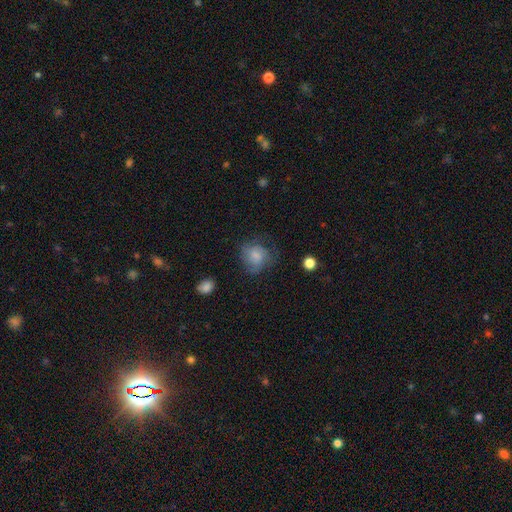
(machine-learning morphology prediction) smooth_or_featured: smooth (p=0.66) [alt: featured or disk p=0.25]
how_rounded: round (p=0.71) [alt: in between p=0.28]
merging: none (p=0.54) [alt: minor disturbance p=0.26]